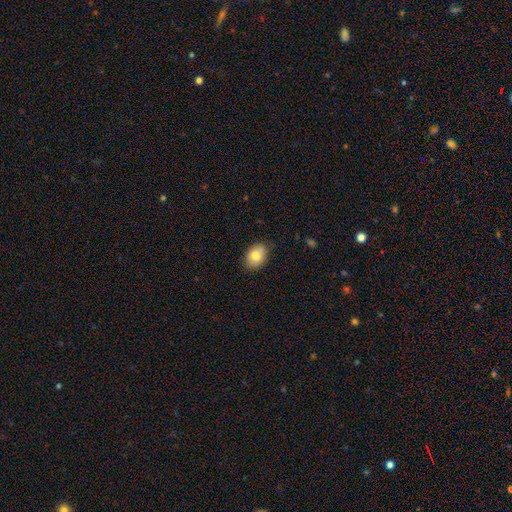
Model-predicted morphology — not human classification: A smooth galaxy with no disk features (81%) that is in between round and cigar-shaped (77%).

Vote fractions:
- Smooth or featured? smooth: 81% / featured or disk: 11% / star or artifact: 8%
- How rounded? in between: 77% / round: 22% / cigar-shaped: 1%
- Merging? none: 82% / minor disturbance: 15% / major disturbance: 3% / merger: 1%